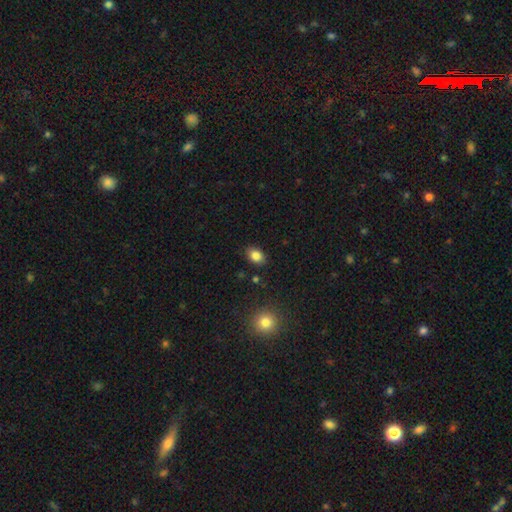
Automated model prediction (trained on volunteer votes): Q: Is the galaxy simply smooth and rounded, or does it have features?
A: smooth — 84%.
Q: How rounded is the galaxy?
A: in between — 77%.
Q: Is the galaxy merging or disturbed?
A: none — 86%.